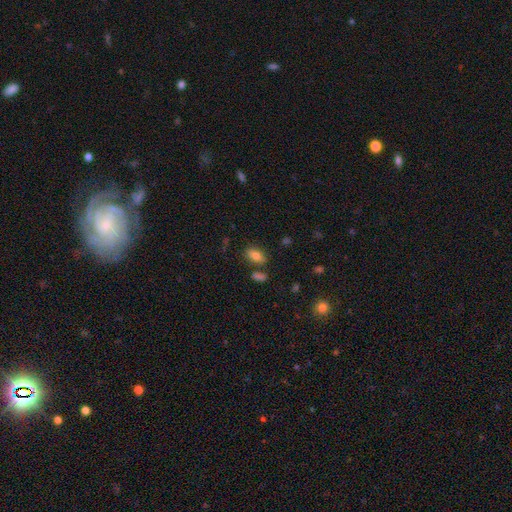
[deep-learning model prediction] Smooth or featured?
  - smooth: 79% *
  - featured or disk: 11%
  - star or artifact: 10%
How rounded?
  - in between: 88% *
  - round: 10%
  - cigar-shaped: 3%
Merging?
  - none: 75% *
  - minor disturbance: 13%
  - merger: 8%
  - major disturbance: 4%